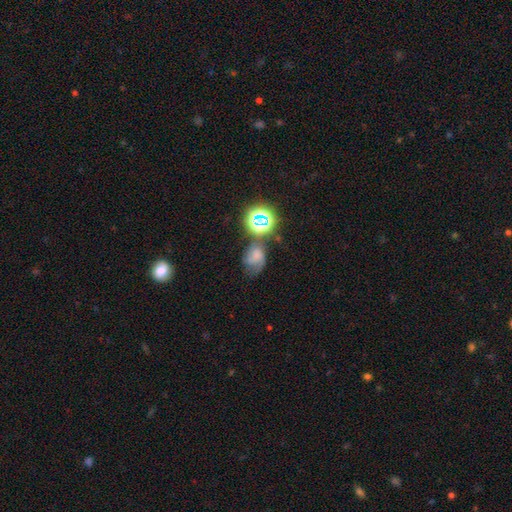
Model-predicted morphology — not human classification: A smooth galaxy with no disk features (48%). Merging: none (37%).